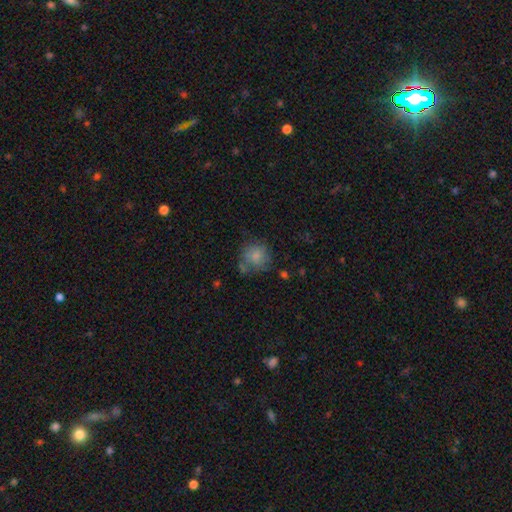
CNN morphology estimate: smooth 66%, featured or disk 25%, star or artifact 9%. Down the decision tree: how rounded — round (80%); merging — none (50%).